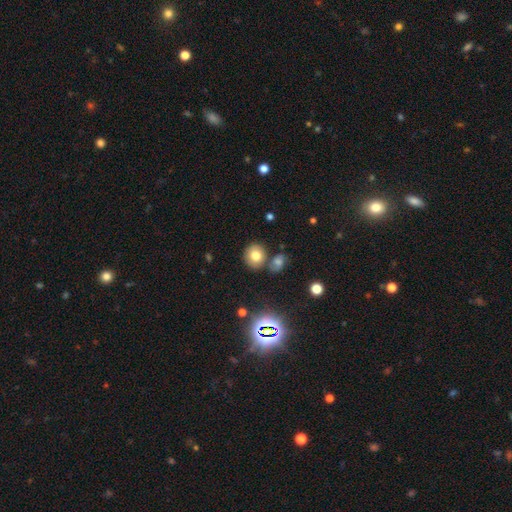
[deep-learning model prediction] Smooth or featured: smooth — 74% (star or artifact — 15%)
How rounded: round — 77% (in between — 22%)
Merging: none — 72% (merger — 15%)